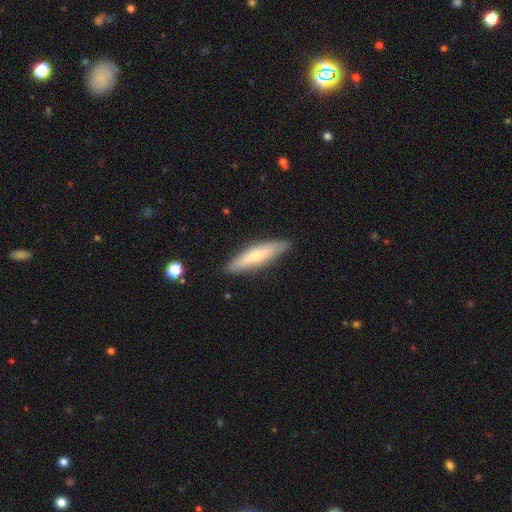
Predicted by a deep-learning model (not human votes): Overall: smooth (61%; featured or disk 33%). How rounded: cigar-shaped (78%). Merging: none (86%).